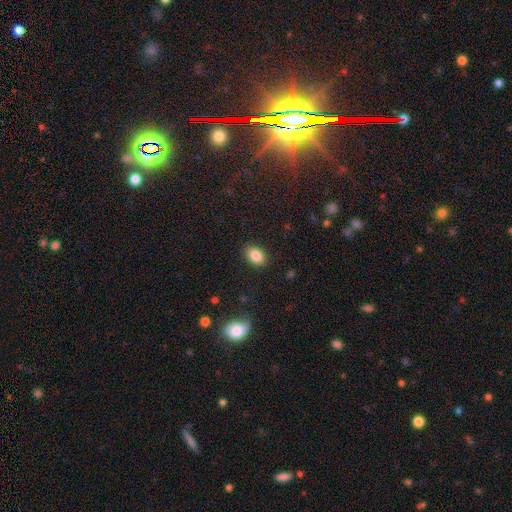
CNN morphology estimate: type=smooth (85%); roundness=in between (78%); merging=none (87%).